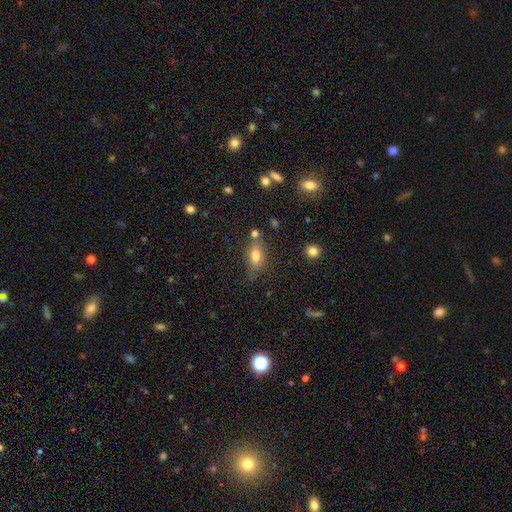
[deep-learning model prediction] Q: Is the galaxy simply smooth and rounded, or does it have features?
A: smooth — 74%.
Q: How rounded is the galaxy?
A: in between — 80%.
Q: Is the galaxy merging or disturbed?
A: none — 61%.